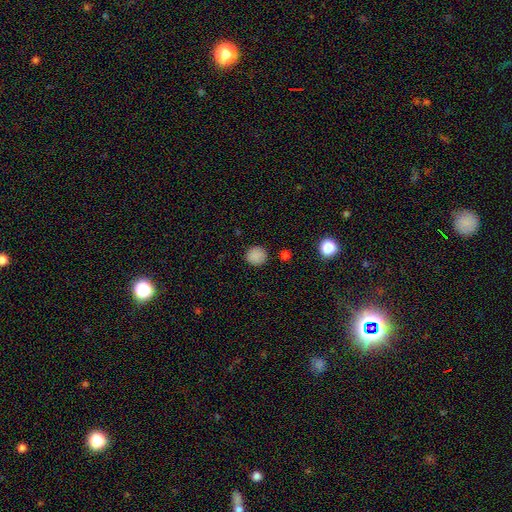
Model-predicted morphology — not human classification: type=smooth (86%); roundness=round (90%); merging=none (88%).